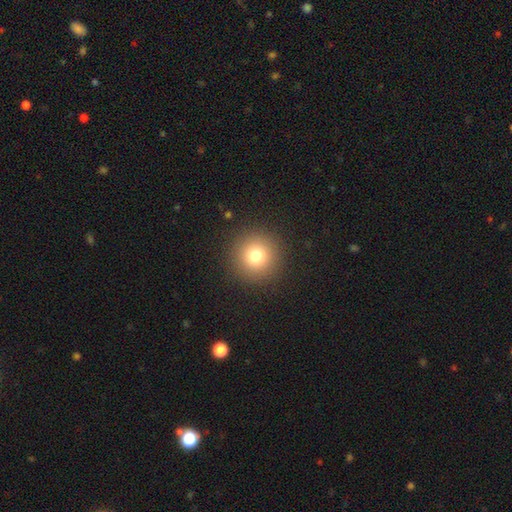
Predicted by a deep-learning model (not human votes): Smooth or featured? Predicted: smooth (p=0.77). How rounded? Predicted: round (p=0.96). Merging? Predicted: none (p=0.92).